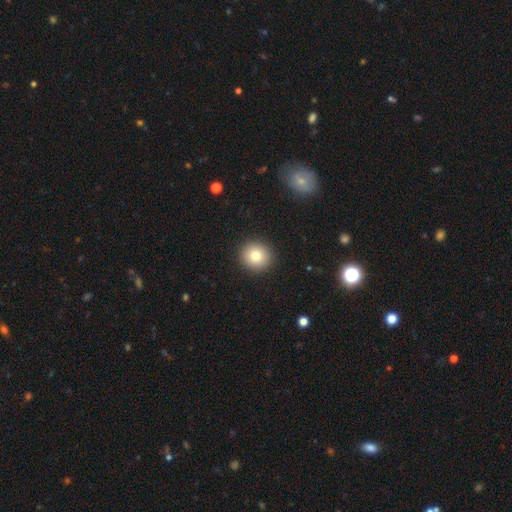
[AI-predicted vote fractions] smooth 80%, star or artifact 11%, featured or disk 10%. Down the decision tree: how rounded — round (90%); merging — none (92%).